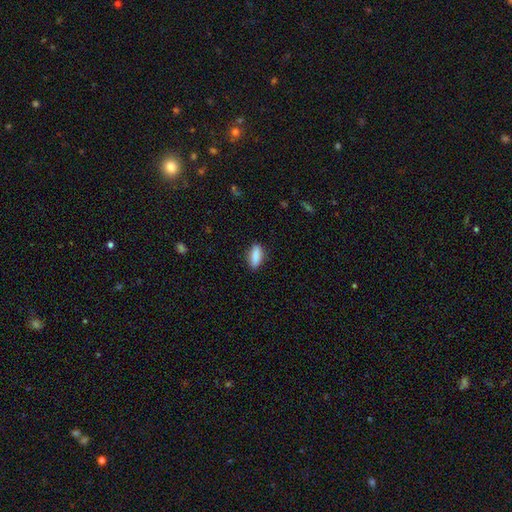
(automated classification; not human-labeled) The model was most divided on "how rounded": in between: 68%, cigar-shaped: 29%, round: 3%. More confident: smooth or featured — smooth (86%); merging — none (86%).